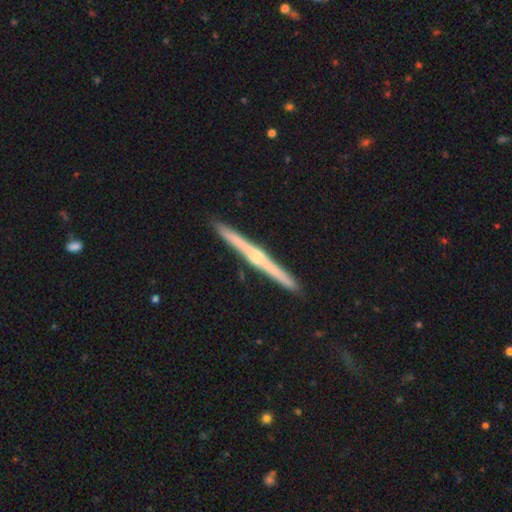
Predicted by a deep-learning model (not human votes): smooth_or_featured: featured or disk (p=0.77) [alt: smooth p=0.18]
disk_edge_on: yes (p=0.99) [alt: no p=0.01]
edge_on_bulge: rounded (p=0.77) [alt: none p=0.14]
merging: none (p=0.92) [alt: minor disturbance p=0.06]